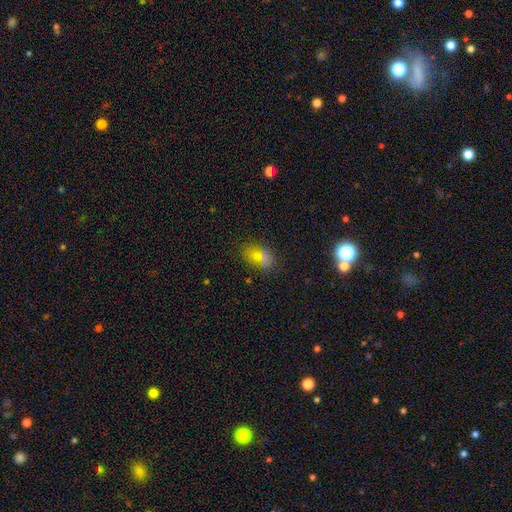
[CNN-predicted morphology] A smooth galaxy with no disk features (62%) that is in between round and cigar-shaped (74%). Merging: none (64%).